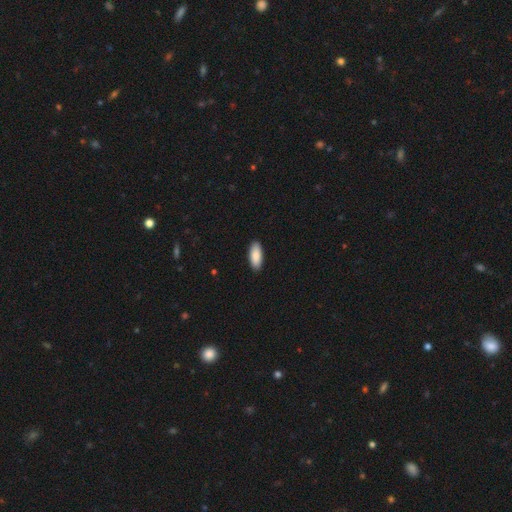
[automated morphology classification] The model was most divided on "how rounded": in between: 82%, cigar-shaped: 16%, round: 2%. More confident: merging — none (90%); smooth or featured — smooth (87%).